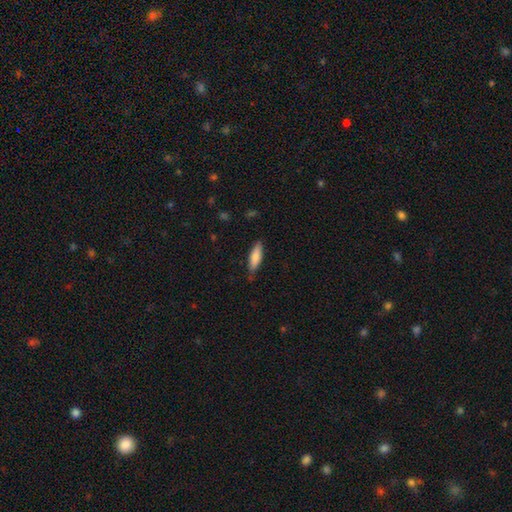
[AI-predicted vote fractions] Smooth or featured?
  - smooth: 80% *
  - featured or disk: 15%
  - star or artifact: 6%
How rounded?
  - cigar-shaped: 53% *
  - in between: 46%
  - round: 2%
Merging?
  - none: 80% *
  - minor disturbance: 16%
  - major disturbance: 3%
  - merger: 1%